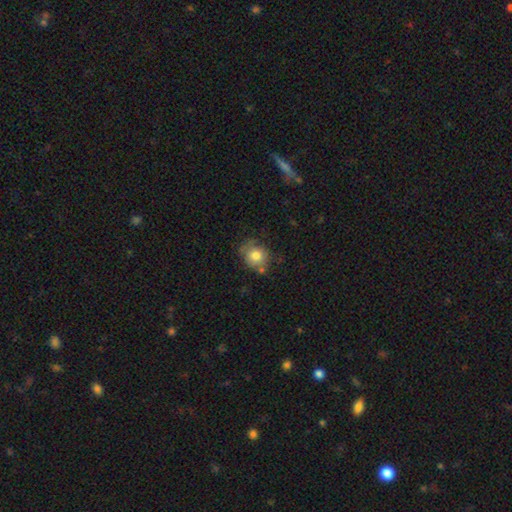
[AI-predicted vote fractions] smooth-or-featured: smooth: 77% | featured or disk: 14% | star or artifact: 9%
  how-rounded: round: 77% | in between: 22% | cigar-shaped: 1%
  merging: none: 62% | minor disturbance: 24% | merger: 7% | major disturbance: 7%